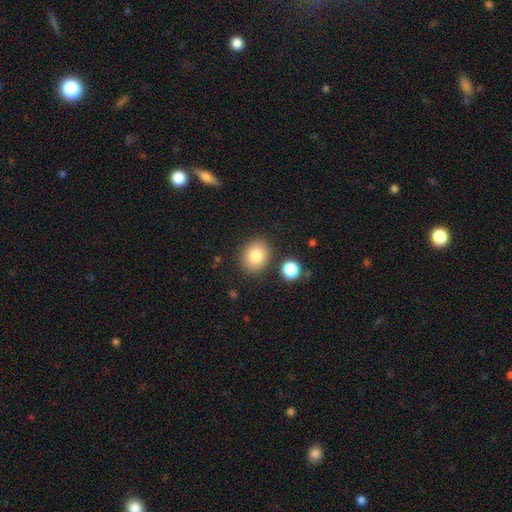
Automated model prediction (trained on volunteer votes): Smooth or featured: smooth — 82% (star or artifact — 10%)
How rounded: round — 68% (in between — 31%)
Merging: none — 84% (minor disturbance — 9%)